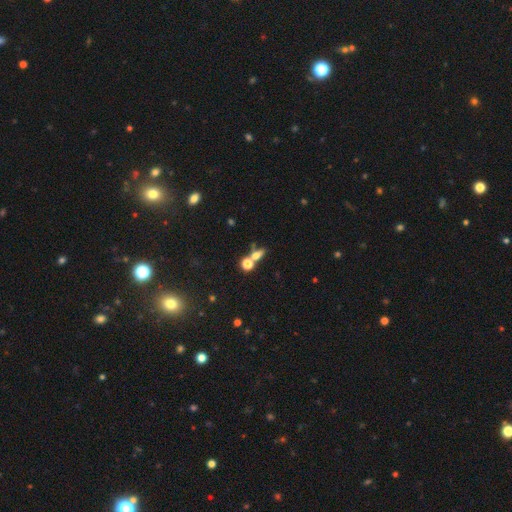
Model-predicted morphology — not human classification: A smooth galaxy with no disk features (60%) that is in between round and cigar-shaped (47%). Merging: none (47%).